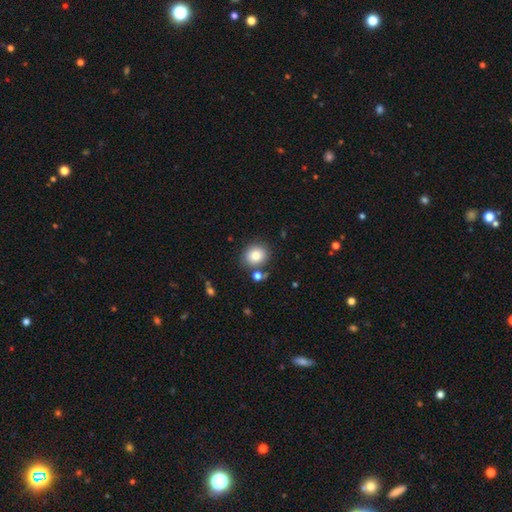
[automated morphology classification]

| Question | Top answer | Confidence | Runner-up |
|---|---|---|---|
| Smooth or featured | smooth | 81% | star or artifact (10%) |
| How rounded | round | 74% | in between (25%) |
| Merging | none | 77% | minor disturbance (10%) |